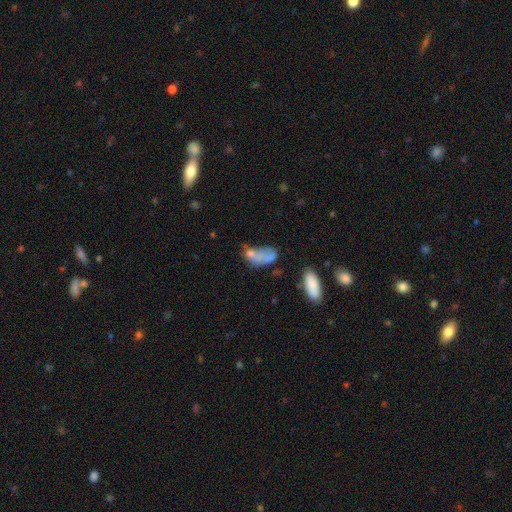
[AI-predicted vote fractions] Smooth or featured? smooth (63%)
How rounded? in between (86%)
Merging? merger (34%)